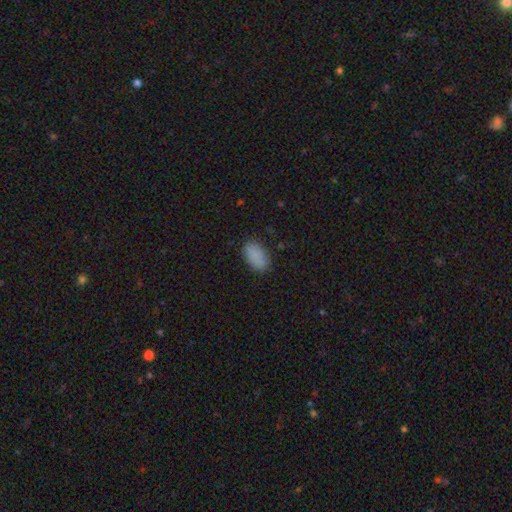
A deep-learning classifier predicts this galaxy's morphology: Smooth or featured: smooth — 88% (star or artifact — 8%)
How rounded: in between — 94% (round — 4%)
Merging: none — 85% (minor disturbance — 11%)